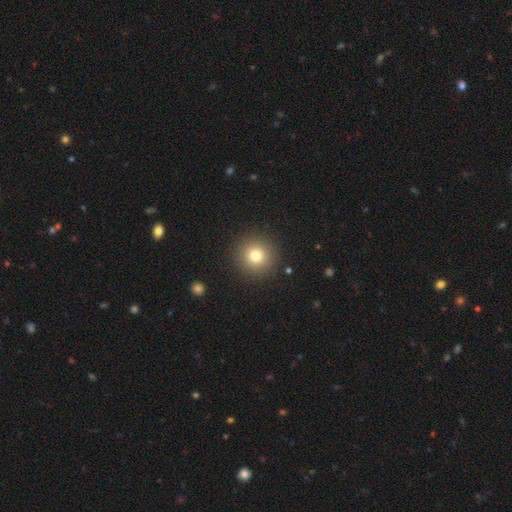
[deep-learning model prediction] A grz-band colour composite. It shows a smooth galaxy with no disk features (78%) that is round (94%). Merging: none (91%).